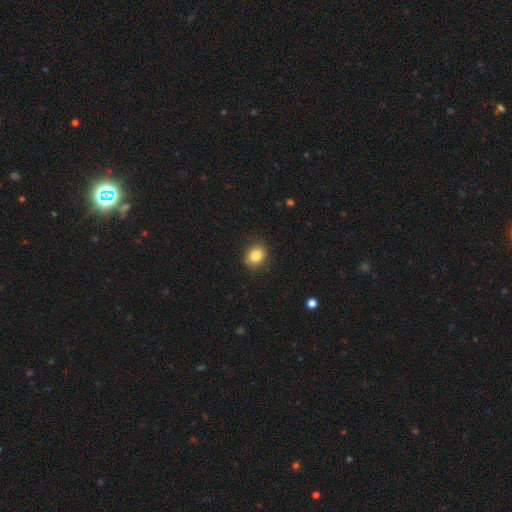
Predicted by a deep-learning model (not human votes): Overall: smooth (84%). How rounded: in between (52%; round 47%). Merging: none (86%).